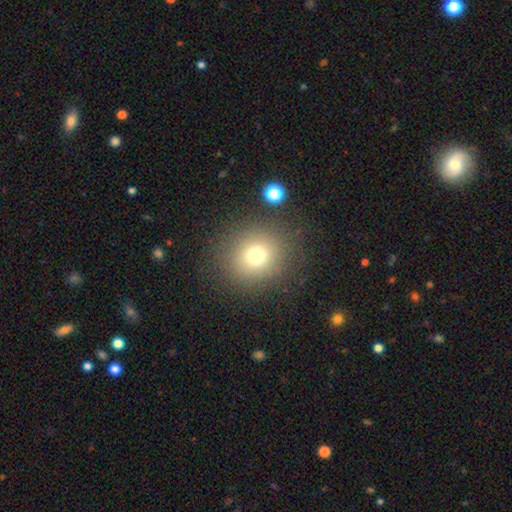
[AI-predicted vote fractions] A smooth galaxy with no disk features (72%) that is round (86%).

Vote fractions:
- Smooth or featured? smooth: 72% / star or artifact: 17% / featured or disk: 11%
- How rounded? round: 86% / in between: 13% / cigar-shaped: 1%
- Merging? none: 84% / minor disturbance: 8% / major disturbance: 5% / merger: 2%